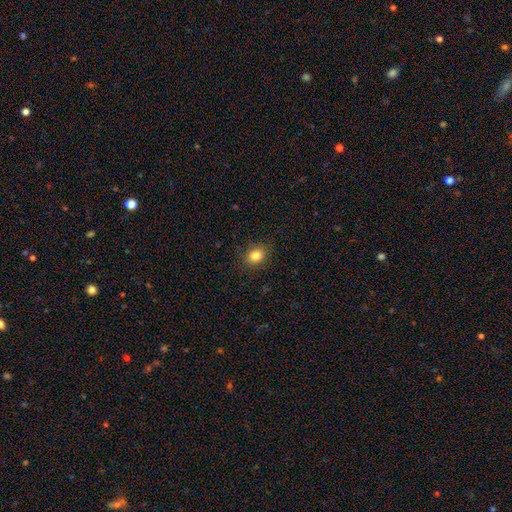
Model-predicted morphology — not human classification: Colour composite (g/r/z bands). It shows a smooth galaxy with no disk features (82%) that is round (56%). Merging: none (86%).